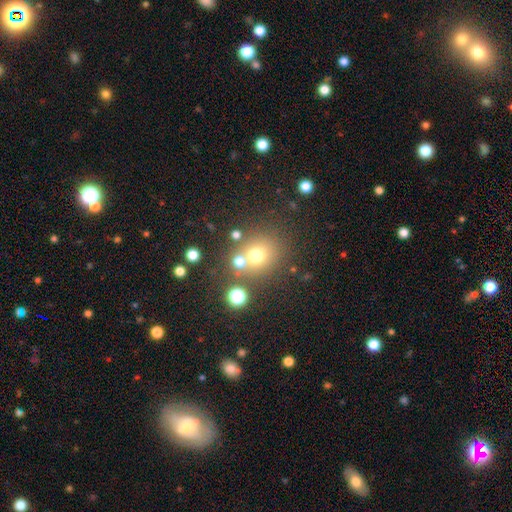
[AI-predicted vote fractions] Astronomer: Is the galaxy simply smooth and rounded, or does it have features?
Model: smooth — 67%.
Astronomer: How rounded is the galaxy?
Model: round — 79%.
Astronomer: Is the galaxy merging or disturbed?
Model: none — 64%.